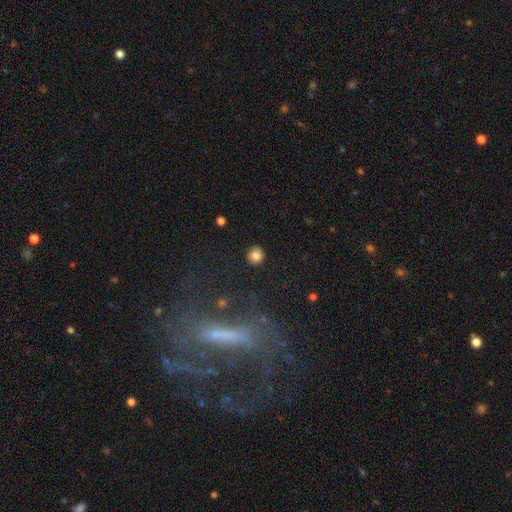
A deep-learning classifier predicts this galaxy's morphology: A smooth galaxy with no disk features (83%) that is round (91%).

Vote fractions:
- Smooth or featured? smooth: 83% / star or artifact: 11% / featured or disk: 6%
- How rounded? round: 91% / in between: 8% / cigar-shaped: 1%
- Merging? none: 91% / minor disturbance: 6% / major disturbance: 2% / merger: 1%